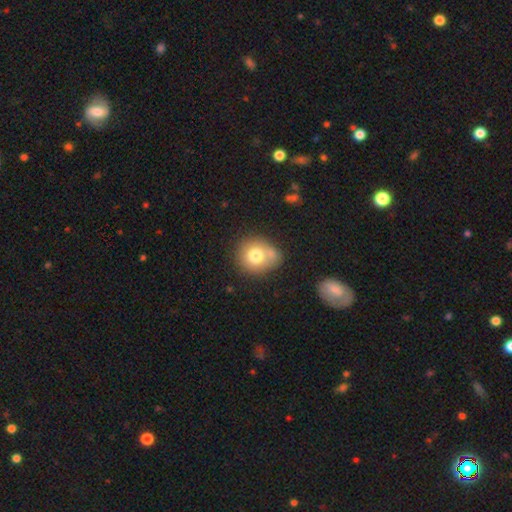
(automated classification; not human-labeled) Overall: smooth (74%). How rounded: round (80%). Merging: none (56%; merger 19%).